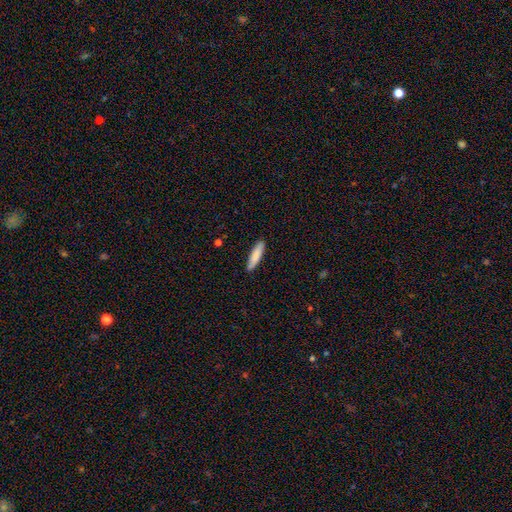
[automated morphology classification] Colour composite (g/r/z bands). It shows a smooth galaxy with no disk features (85%) that is cigar-shaped (77%). Merging: none (89%).